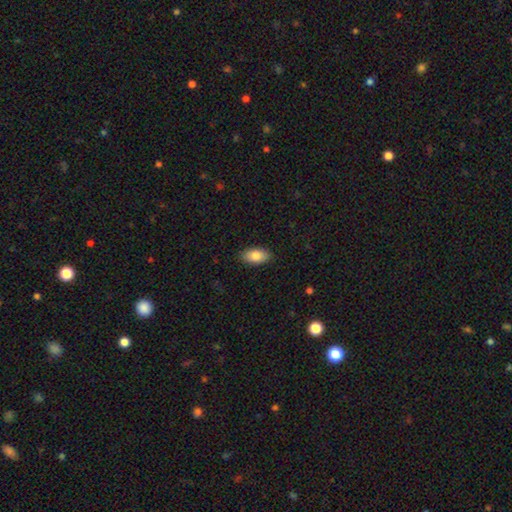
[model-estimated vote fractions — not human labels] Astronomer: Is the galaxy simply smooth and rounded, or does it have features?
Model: smooth — 83%.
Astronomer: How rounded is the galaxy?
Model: in between — 93%.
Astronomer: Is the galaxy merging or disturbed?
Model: none — 89%.